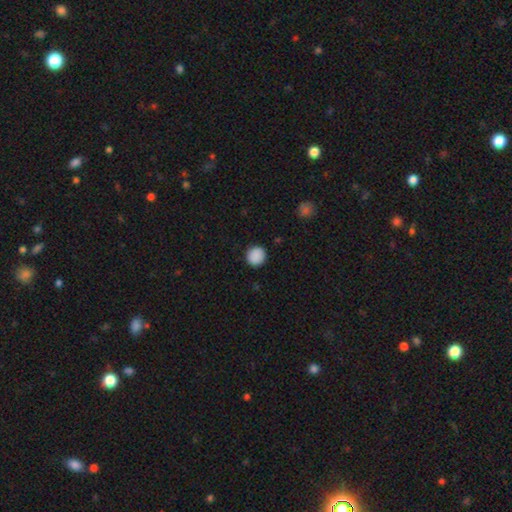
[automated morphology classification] A smooth galaxy with no disk features (89%) that is round (92%). Merging: none (90%).